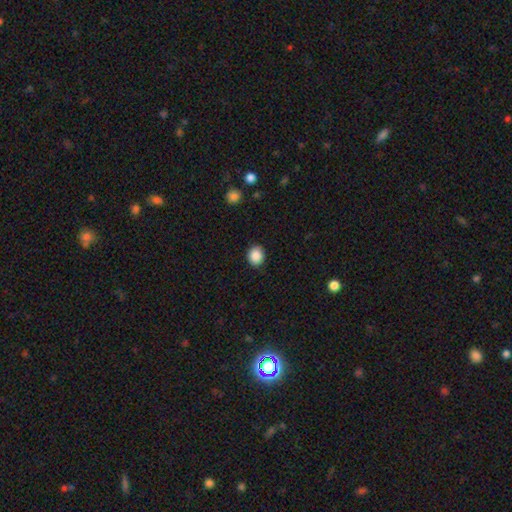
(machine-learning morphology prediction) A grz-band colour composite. It shows a smooth galaxy with no disk features (88%) that is round (72%). Merging: none (89%).